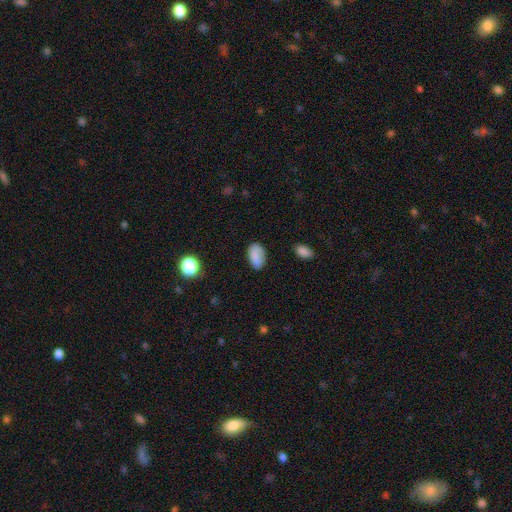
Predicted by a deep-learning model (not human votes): Q: Smooth or featured?
A: smooth (83%); runner-up: star or artifact (9%)
Q: How rounded?
A: in between (92%); runner-up: round (7%)
Q: Merging?
A: none (76%); runner-up: minor disturbance (18%)